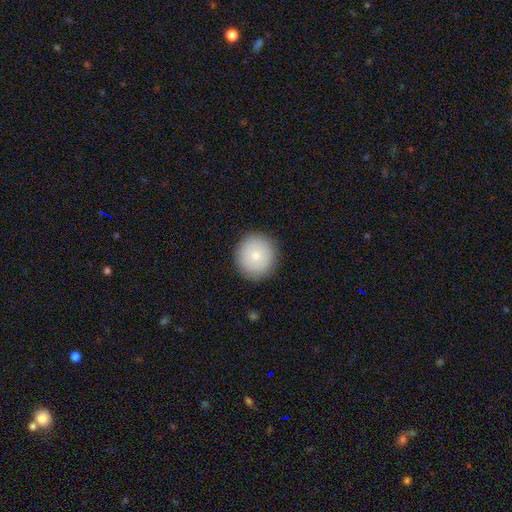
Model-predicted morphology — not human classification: smooth_or_featured: smooth (p=0.79) [alt: featured or disk p=0.13]
how_rounded: round (p=0.93) [alt: in between p=0.06]
merging: none (p=0.90) [alt: minor disturbance p=0.07]